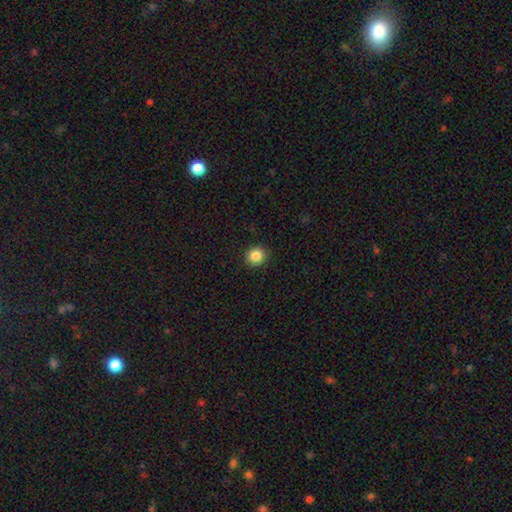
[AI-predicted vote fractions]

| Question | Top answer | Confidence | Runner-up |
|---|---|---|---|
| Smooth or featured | smooth | 86% | star or artifact (10%) |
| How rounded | round | 88% | in between (11%) |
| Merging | none | 90% | minor disturbance (7%) |